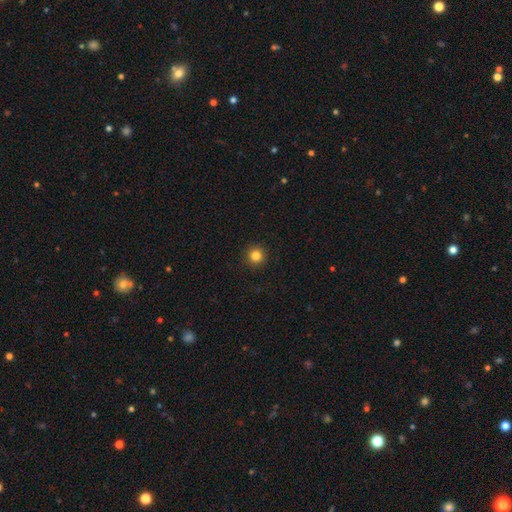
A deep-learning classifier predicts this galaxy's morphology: A smooth galaxy with no disk features (84%) that is round (95%).

Vote fractions:
- Smooth or featured? smooth: 84% / star or artifact: 12% / featured or disk: 5%
- How rounded? round: 95% / in between: 4% / cigar-shaped: 1%
- Merging? none: 93% / minor disturbance: 5% / major disturbance: 2% / merger: 1%